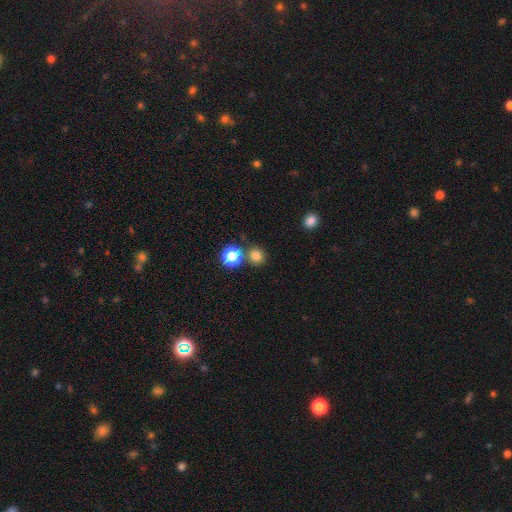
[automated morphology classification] A smooth galaxy with no disk features (78%) that is round (88%). Merging: none (75%).